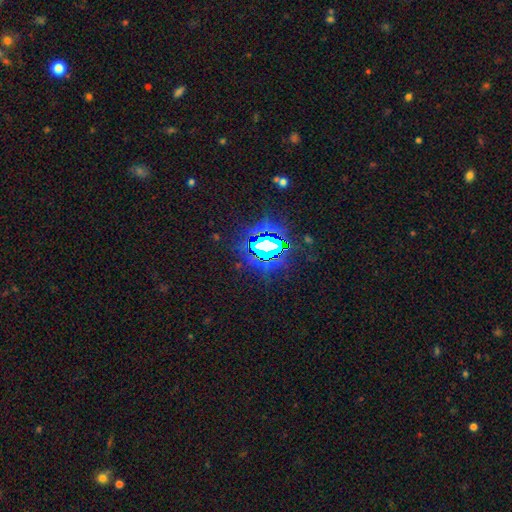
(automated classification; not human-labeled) The model was most divided on "smooth or featured": star or artifact: 84%, smooth: 10%, featured or disk: 6%.